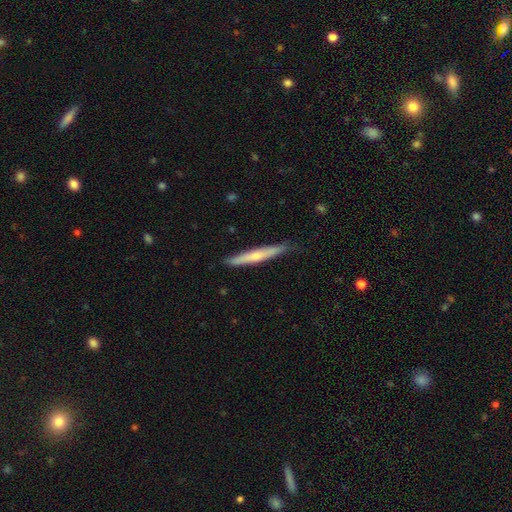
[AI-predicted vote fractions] Smooth or featured: smooth — 48% (featured or disk — 46%)
Merging: none — 83% (minor disturbance — 14%)